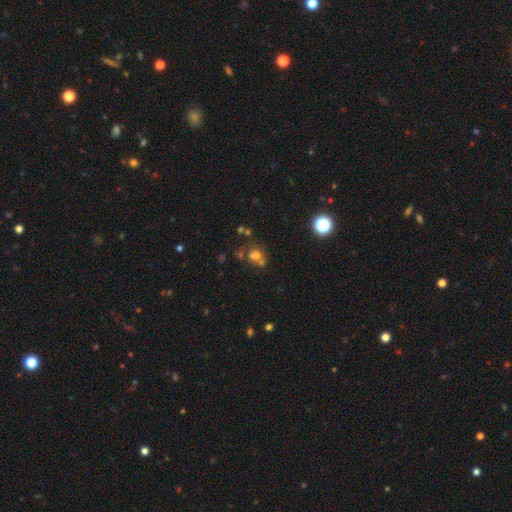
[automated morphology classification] Smooth or featured?
  - smooth: 63% *
  - star or artifact: 22%
  - featured or disk: 16%
How rounded?
  - round: 65% *
  - in between: 34%
  - cigar-shaped: 1%
Merging?
  - none: 47% *
  - merger: 32%
  - minor disturbance: 13%
  - major disturbance: 7%